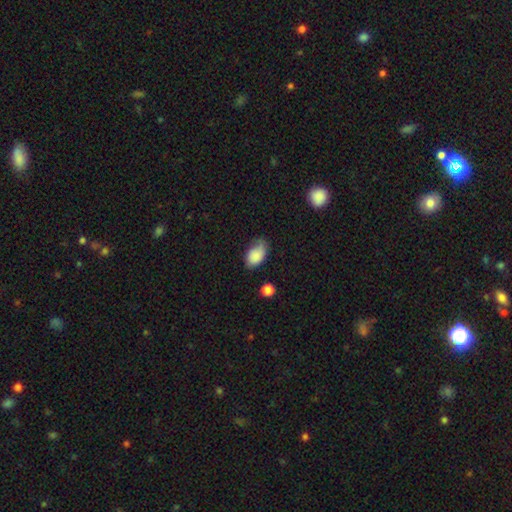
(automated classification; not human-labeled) smooth-or-featured: smooth: 82% | featured or disk: 11% | star or artifact: 8%
  how-rounded: in between: 89% | round: 9% | cigar-shaped: 1%
  merging: none: 49% | minor disturbance: 36% | major disturbance: 12% | merger: 3%